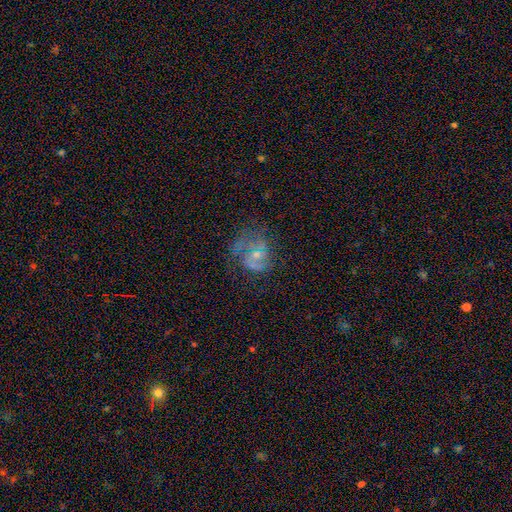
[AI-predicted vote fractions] A featured or disk galaxy (64%) with no bar (67%), spiral arms (70%) and a small central bulge (50%).

Vote fractions:
- Smooth or featured? featured or disk: 64% / smooth: 21% / star or artifact: 15%
- Edge-on disk? no: 98% / yes: 2%
- Bar? no: 67% / weak: 27% / strong: 5%
- Spiral arms? yes: 70% / no: 30%
- Bulge size? small: 50% / moderate: 35% / none: 11% / large: 3% / dominant: 1%
- Merging? none: 48% / major disturbance: 27% / minor disturbance: 20% / merger: 5%